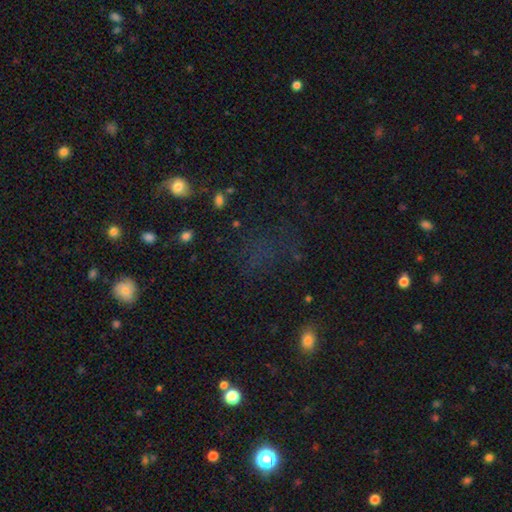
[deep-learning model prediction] A star or artifact, not a galaxy (49%).